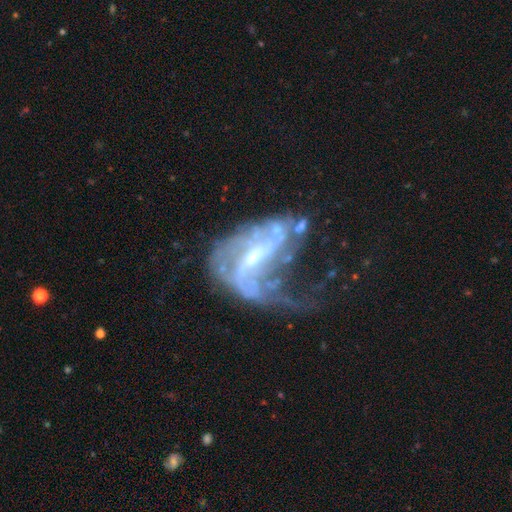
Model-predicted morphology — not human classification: This appears to be a featured or disk galaxy (83%) with a weak bar (41%), 2 (35%) loose (57%) spiral arms (78%) and a small central bulge (62%). Merging: major disturbance (52%).